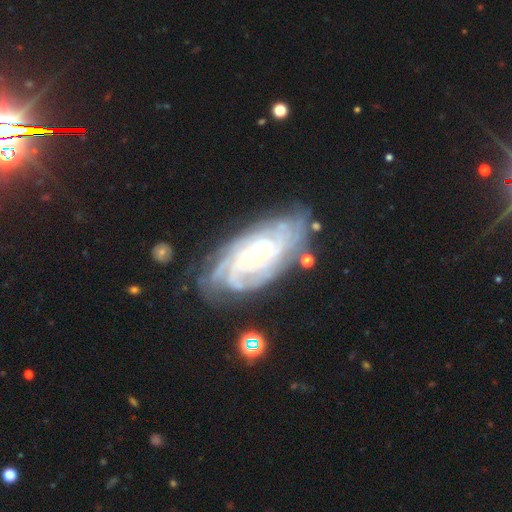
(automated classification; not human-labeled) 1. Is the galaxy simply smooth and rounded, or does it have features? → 89% featured or disk, 6% smooth, 5% star or artifact.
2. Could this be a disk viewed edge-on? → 94% no, 6% yes.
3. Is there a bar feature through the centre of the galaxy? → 58% no, 31% weak, 11% strong.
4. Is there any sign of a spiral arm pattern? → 97% yes, 3% no.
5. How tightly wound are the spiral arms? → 77% tight, 20% medium, 4% loose.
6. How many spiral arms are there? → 29% can't tell, 25% 4, 17% more than 4, 14% 3, 9% 2, 6% 1.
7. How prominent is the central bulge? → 65% small, 30% moderate, 2% large, 1% none, 1% dominant.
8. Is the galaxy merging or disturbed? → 75% none, 17% minor disturbance, 6% major disturbance, 2% merger.